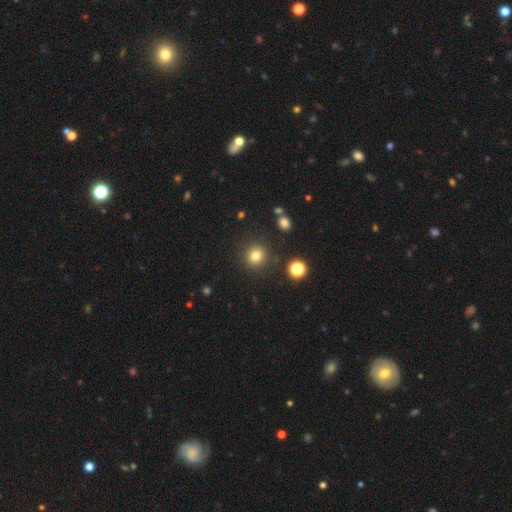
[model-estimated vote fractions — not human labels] smooth 79%, star or artifact 14%, featured or disk 7%. Down the decision tree: how rounded — round (92%); merging — none (89%).